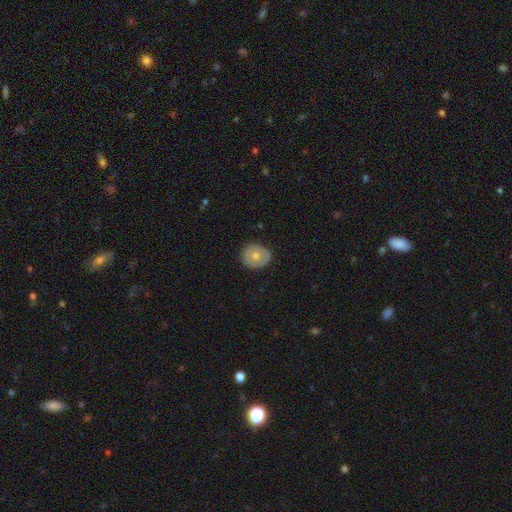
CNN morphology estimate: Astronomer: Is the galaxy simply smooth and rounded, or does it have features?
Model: smooth — 57% (runner-up: featured or disk, 37%).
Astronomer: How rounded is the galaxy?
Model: round — 81%.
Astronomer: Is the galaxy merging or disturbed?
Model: none — 84%.